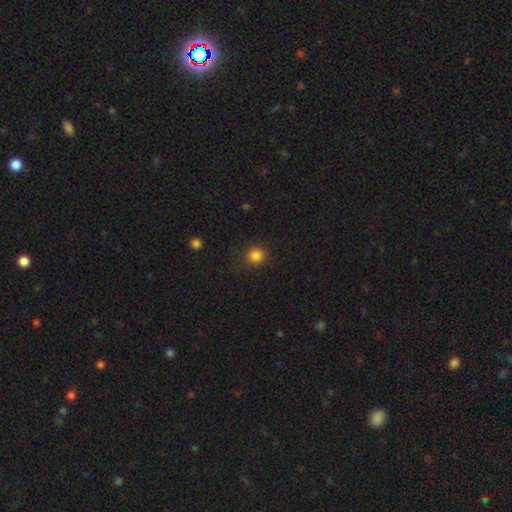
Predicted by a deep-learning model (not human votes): Smooth or featured? smooth (84%)
How rounded? round (92%)
Merging? none (89%)